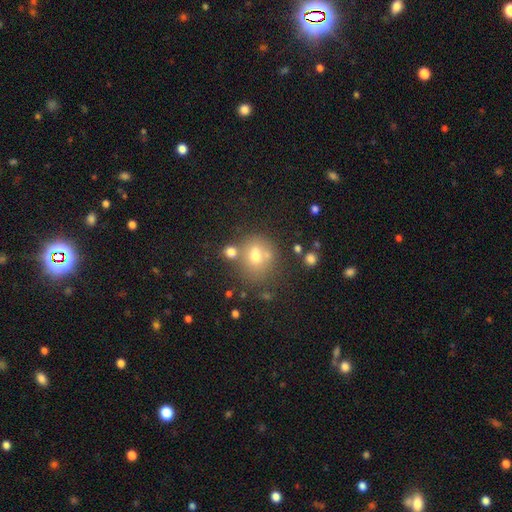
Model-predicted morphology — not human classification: Overall: smooth (65%). How rounded: round (68%; in between 30%). Merging: none (56%; merger 24%).